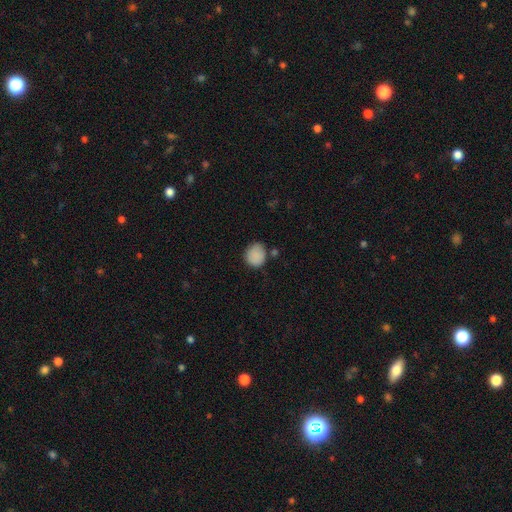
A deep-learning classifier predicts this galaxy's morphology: A smooth galaxy with no disk features (87%) that is round (79%). Merging: none (70%).